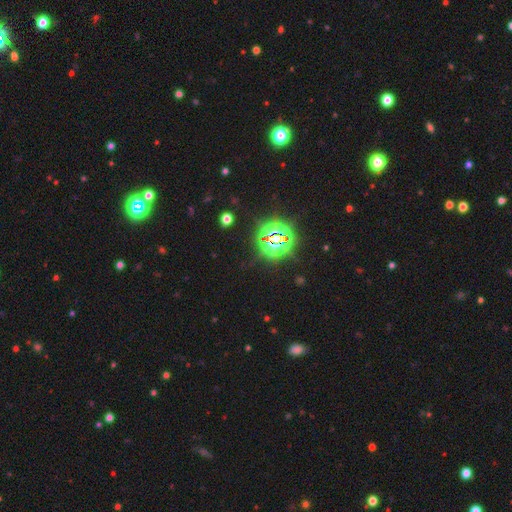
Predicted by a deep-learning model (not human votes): Smooth or featured? star or artifact (82%)